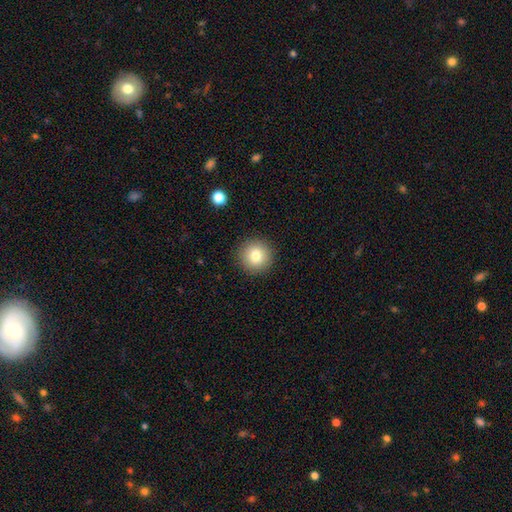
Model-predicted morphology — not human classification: Q: Smooth or featured?
A: smooth (80%); runner-up: star or artifact (10%)
Q: How rounded?
A: round (95%); runner-up: in between (4%)
Q: Merging?
A: none (91%); runner-up: minor disturbance (6%)